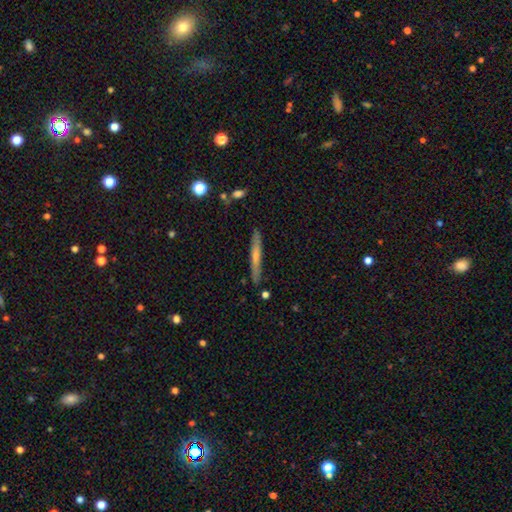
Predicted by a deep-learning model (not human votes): A featured or disk galaxy (50%).

Vote fractions:
- Smooth or featured? featured or disk: 50% / smooth: 43% / star or artifact: 7%
- Merging? none: 88% / minor disturbance: 9% / merger: 2% / major disturbance: 2%